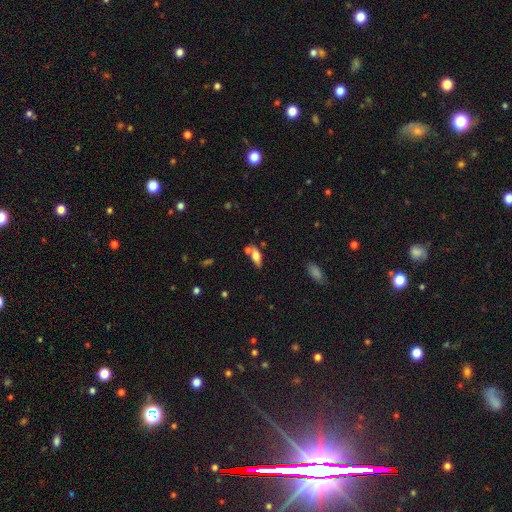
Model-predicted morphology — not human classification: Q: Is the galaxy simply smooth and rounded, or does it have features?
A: smooth — 68%.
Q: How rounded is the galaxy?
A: in between — 74%.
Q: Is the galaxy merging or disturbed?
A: none — 54%.